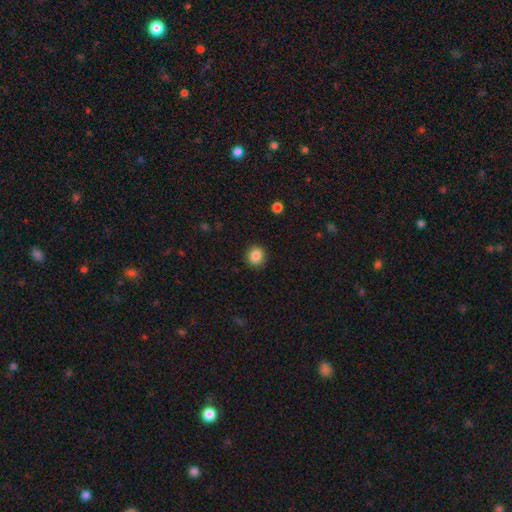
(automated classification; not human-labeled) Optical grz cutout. It shows a smooth galaxy with no disk features (86%) that is round (88%). Merging: none (90%).